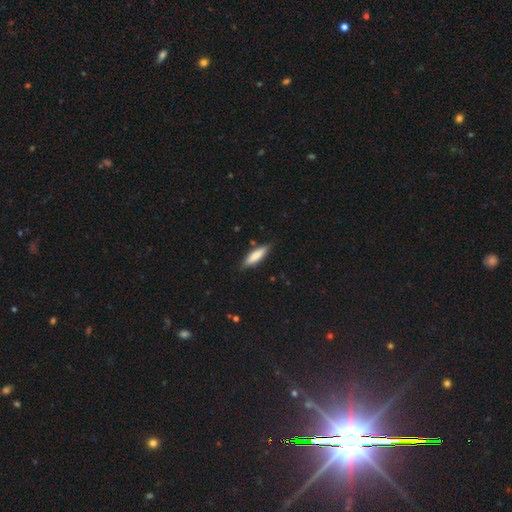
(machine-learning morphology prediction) Smooth or featured?
  - smooth: 77% *
  - featured or disk: 18%
  - star or artifact: 6%
How rounded?
  - cigar-shaped: 61% *
  - in between: 37%
  - round: 2%
Merging?
  - none: 83% *
  - minor disturbance: 13%
  - major disturbance: 2%
  - merger: 2%